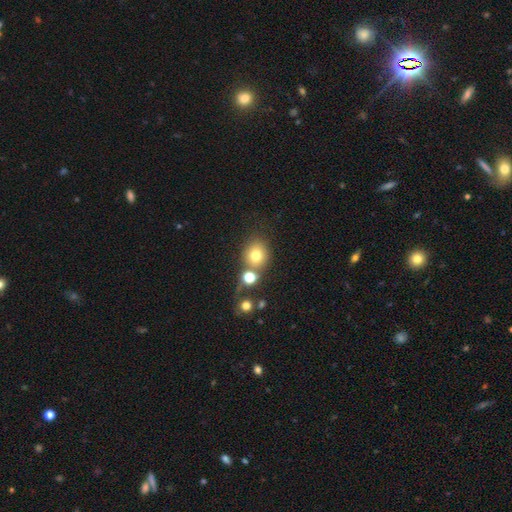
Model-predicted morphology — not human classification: smooth 75%, star or artifact 14%, featured or disk 10%. Down the decision tree: how rounded — round (78%); merging — none (65%).